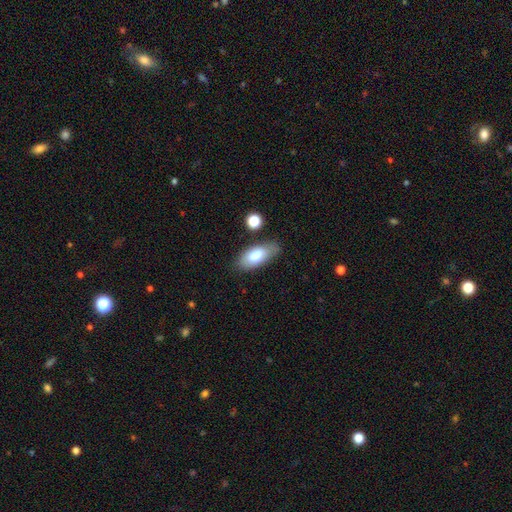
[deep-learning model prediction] Smooth or featured? smooth (77%)
How rounded? in between (87%)
Merging? none (70%)